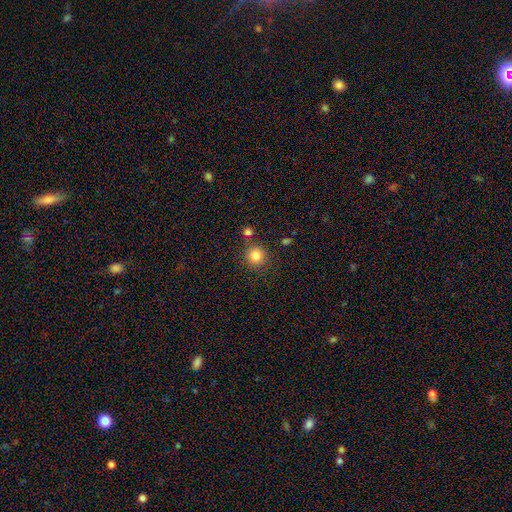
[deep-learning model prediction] Q: Smooth or featured?
A: smooth (82%); runner-up: star or artifact (12%)
Q: How rounded?
A: round (94%); runner-up: in between (5%)
Q: Merging?
A: none (81%); runner-up: merger (8%)